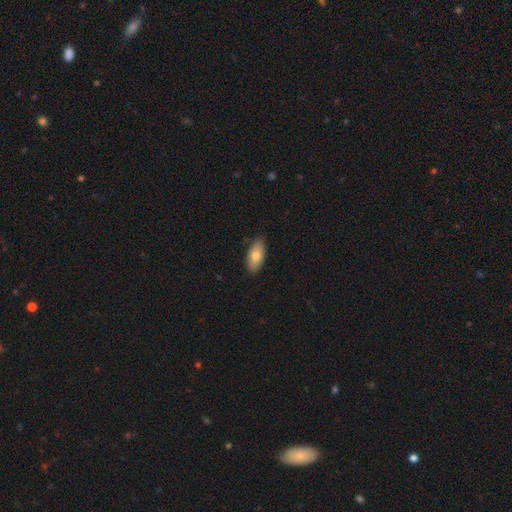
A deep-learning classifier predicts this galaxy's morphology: Smooth or featured? smooth (75%)
How rounded? in between (90%)
Merging? none (85%)